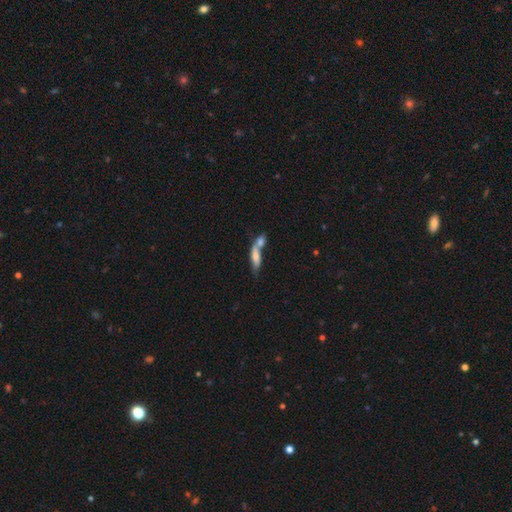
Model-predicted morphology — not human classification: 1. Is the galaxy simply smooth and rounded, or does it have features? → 66% smooth, 26% featured or disk, 8% star or artifact.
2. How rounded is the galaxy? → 49% cigar-shaped, 47% in between, 3% round.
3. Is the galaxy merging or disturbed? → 63% merger, 22% none, 9% minor disturbance, 6% major disturbance.